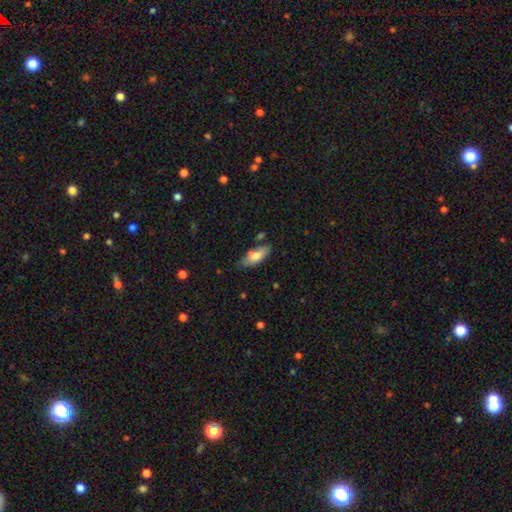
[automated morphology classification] This is likely a smooth galaxy (73%). How rounded: likely in between (78%). Merging: likely none (62%).